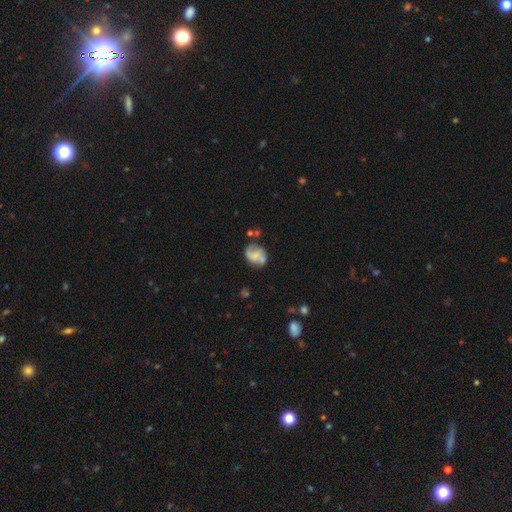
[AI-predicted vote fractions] A featured or disk galaxy (54%) with no bar (64%), spiral arms (72%) and no central bulge (37%).

Vote fractions:
- Smooth or featured? featured or disk: 54% / smooth: 38% / star or artifact: 9%
- Edge-on disk? no: 98% / yes: 2%
- Bar? no: 64% / weak: 29% / strong: 7%
- Spiral arms? yes: 72% / no: 28%
- Bulge size? none: 37% / small: 32% / moderate: 24% / large: 5% / dominant: 2%
- Merging? none: 50% / minor disturbance: 22% / merger: 17% / major disturbance: 11%